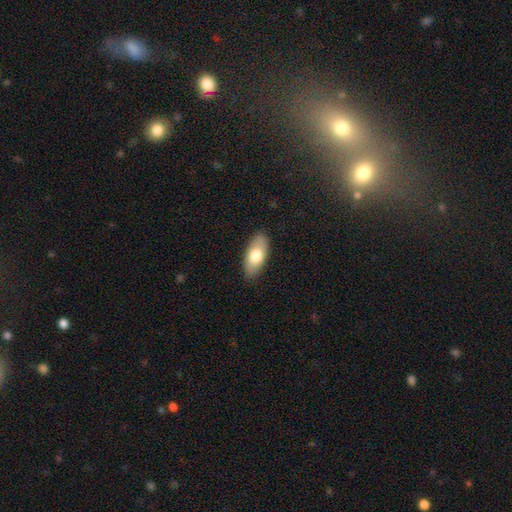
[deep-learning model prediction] smooth-or-featured: smooth: 75% | featured or disk: 19% | star or artifact: 6%
  how-rounded: in between: 88% | cigar-shaped: 9% | round: 3%
  merging: none: 87% | minor disturbance: 10% | major disturbance: 2% | merger: 1%